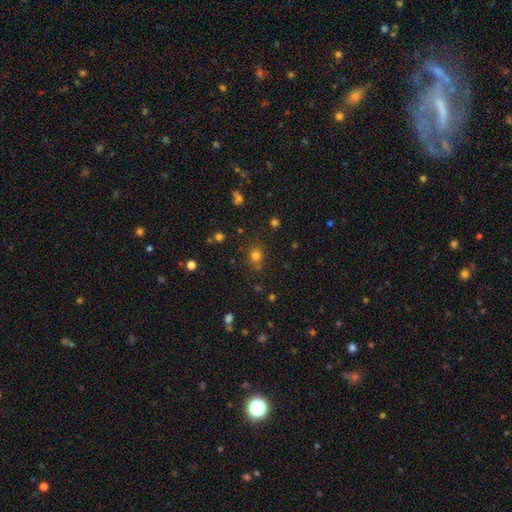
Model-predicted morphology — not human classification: A smooth galaxy with no disk features (76%) that is round (82%).

Vote fractions:
- Smooth or featured? smooth: 76% / star or artifact: 18% / featured or disk: 6%
- How rounded? round: 82% / in between: 17% / cigar-shaped: 1%
- Merging? none: 79% / minor disturbance: 11% / merger: 6% / major disturbance: 4%